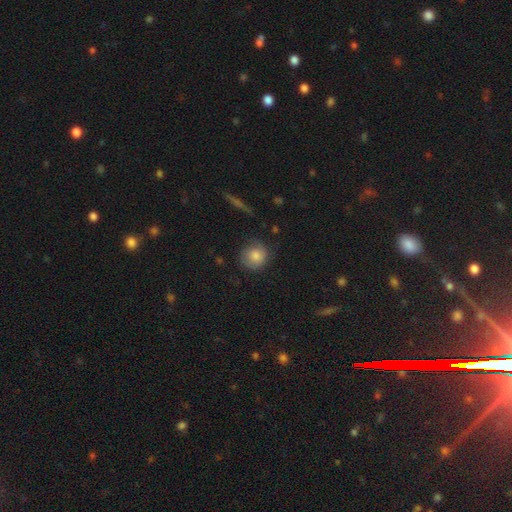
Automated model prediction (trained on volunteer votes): A smooth galaxy with no disk features (80%) that is round (87%).

Vote fractions:
- Smooth or featured? smooth: 80% / featured or disk: 12% / star or artifact: 8%
- How rounded? round: 87% / in between: 11% / cigar-shaped: 1%
- Merging? none: 74% / minor disturbance: 20% / major disturbance: 5% / merger: 2%